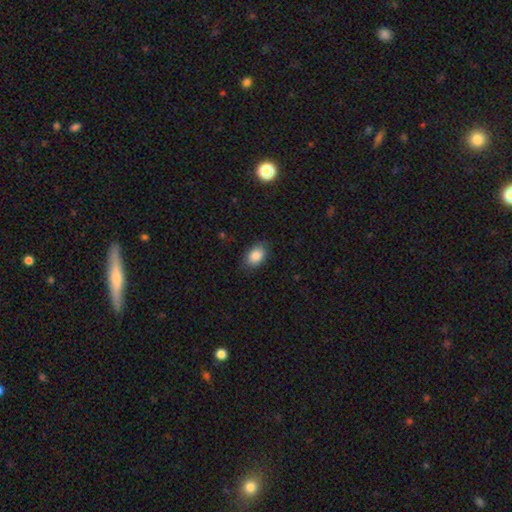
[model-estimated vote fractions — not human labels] This appears to be a smooth galaxy with no disk features (87%) that is in between round and cigar-shaped (86%). Merging: none (83%).